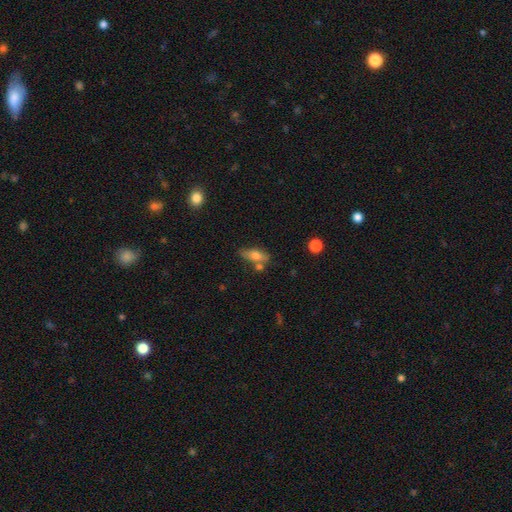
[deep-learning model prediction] smooth-or-featured: smooth: 67% | featured or disk: 25% | star or artifact: 8%
  how-rounded: in between: 73% | cigar-shaped: 22% | round: 5%
  merging: none: 54% | minor disturbance: 20% | merger: 19% | major disturbance: 7%